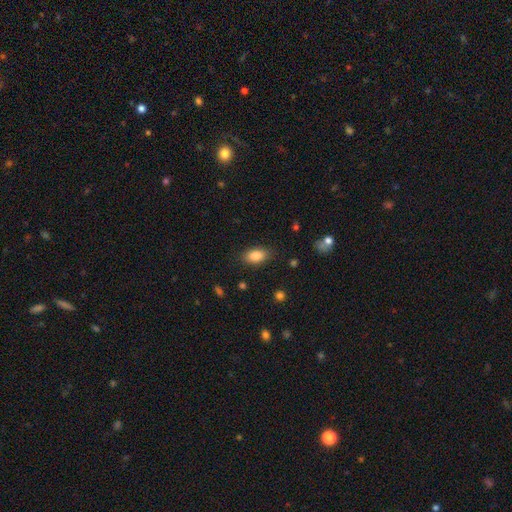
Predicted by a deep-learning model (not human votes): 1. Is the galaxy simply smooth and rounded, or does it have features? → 86% smooth, 8% star or artifact, 6% featured or disk.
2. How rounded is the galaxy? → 91% in between, 6% round, 4% cigar-shaped.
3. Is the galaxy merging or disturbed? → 85% none, 10% minor disturbance, 3% major disturbance, 1% merger.